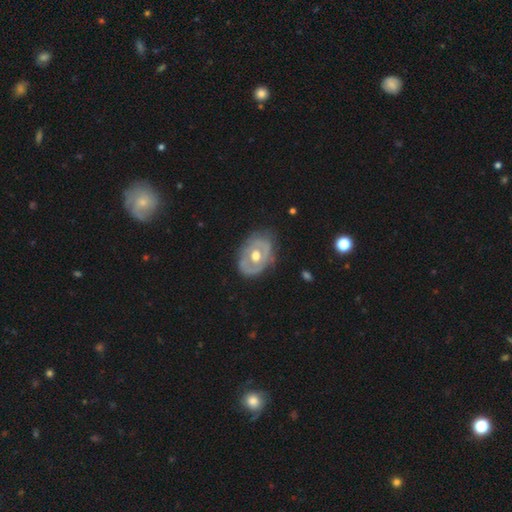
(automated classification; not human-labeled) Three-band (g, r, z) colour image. It shows a featured or disk galaxy (69%) with no bar (75%), no spiral arms (60%) and a moderate central bulge (75%). Merging: none (69%).